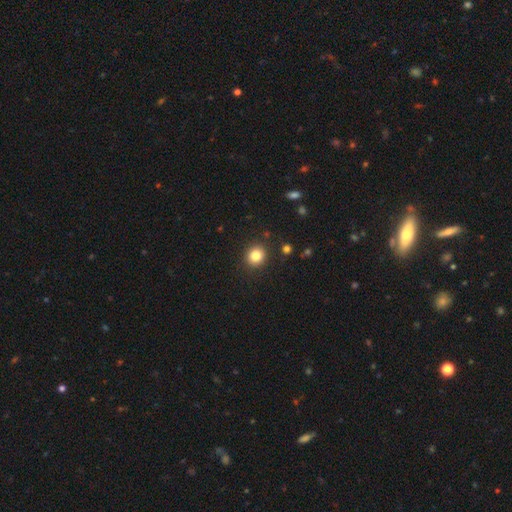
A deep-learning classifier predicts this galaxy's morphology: Smooth or featured? smooth (83%)
How rounded? round (86%)
Merging? none (90%)